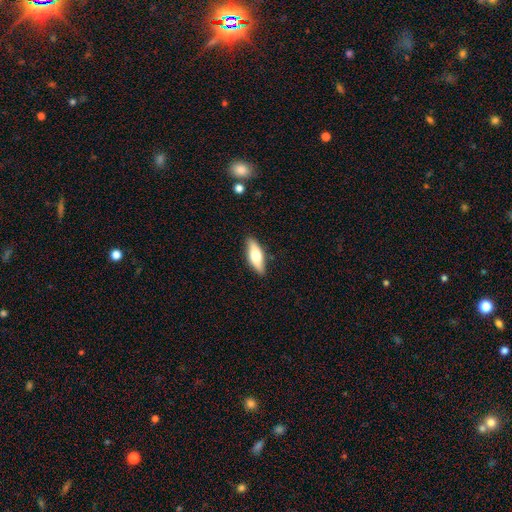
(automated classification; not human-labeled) Smooth or featured? Predicted: smooth (p=0.59). How rounded? Predicted: in between (p=0.62). Merging? Predicted: none (p=0.86).